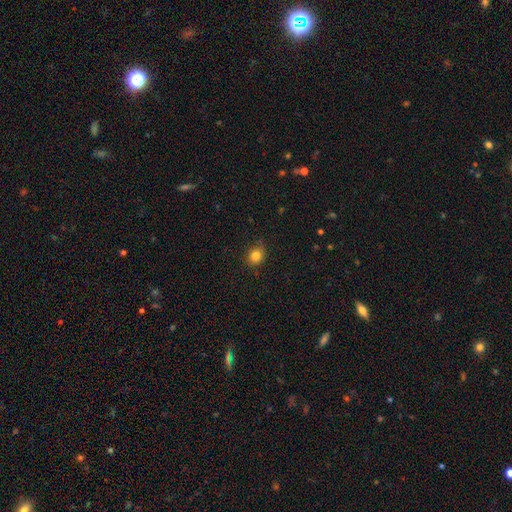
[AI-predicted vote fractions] A smooth galaxy with no disk features (83%) that is round (63%). Merging: none (81%).